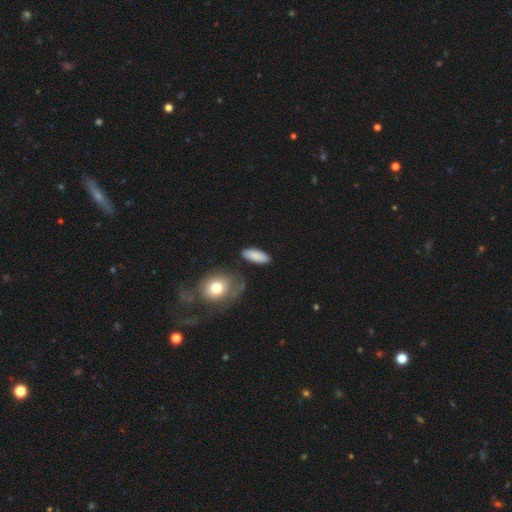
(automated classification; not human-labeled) smooth_or_featured: smooth (p=0.85) [alt: featured or disk p=0.08]
how_rounded: in between (p=0.77) [alt: cigar-shaped p=0.20]
merging: none (p=0.81) [alt: minor disturbance p=0.13]